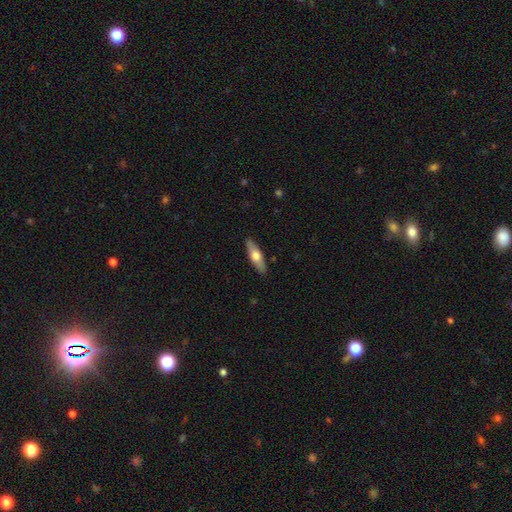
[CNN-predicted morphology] A smooth galaxy with no disk features (57%) that is cigar-shaped (50%). Merging: none (89%).